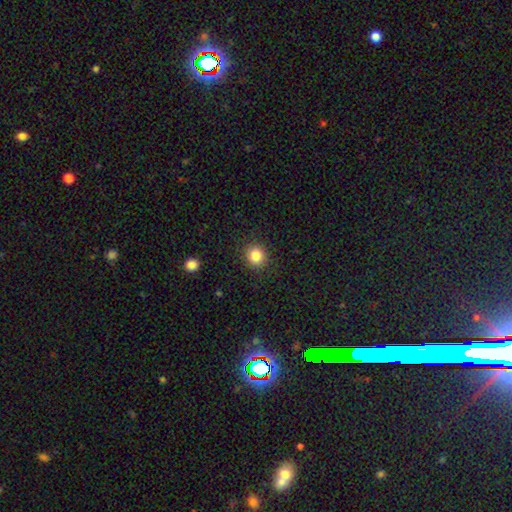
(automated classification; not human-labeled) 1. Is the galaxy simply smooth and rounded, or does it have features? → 84% smooth, 11% star or artifact, 5% featured or disk.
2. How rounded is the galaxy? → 86% round, 13% in between, 1% cigar-shaped.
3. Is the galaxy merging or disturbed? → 90% none, 6% minor disturbance, 2% major disturbance, 1% merger.